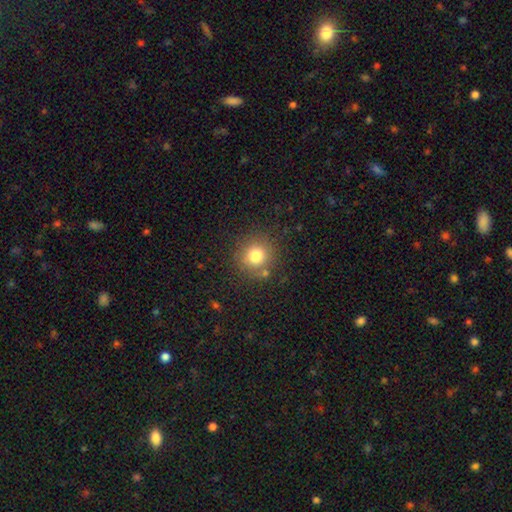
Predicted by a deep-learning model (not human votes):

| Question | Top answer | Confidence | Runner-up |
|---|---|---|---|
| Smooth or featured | smooth | 78% | star or artifact (13%) |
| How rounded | round | 92% | in between (7%) |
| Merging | none | 81% | minor disturbance (10%) |